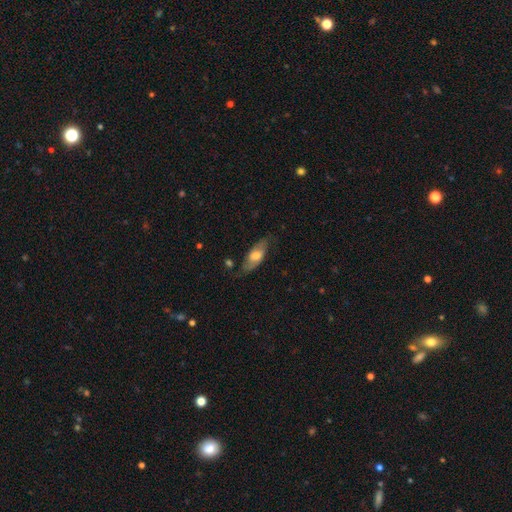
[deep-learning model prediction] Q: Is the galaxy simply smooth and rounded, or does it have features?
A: smooth — 51%.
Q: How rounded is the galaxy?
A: in between — 76%.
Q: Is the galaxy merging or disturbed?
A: none — 69%.